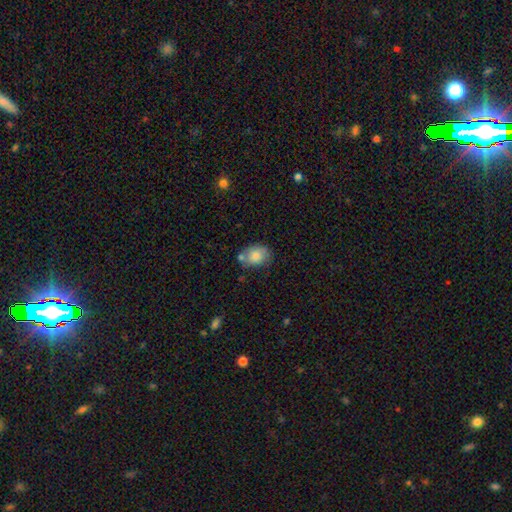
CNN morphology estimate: The model was most divided on "how rounded": in between: 64%, round: 35%, cigar-shaped: 1%. More confident: smooth or featured — smooth (76%); merging — none (55%).